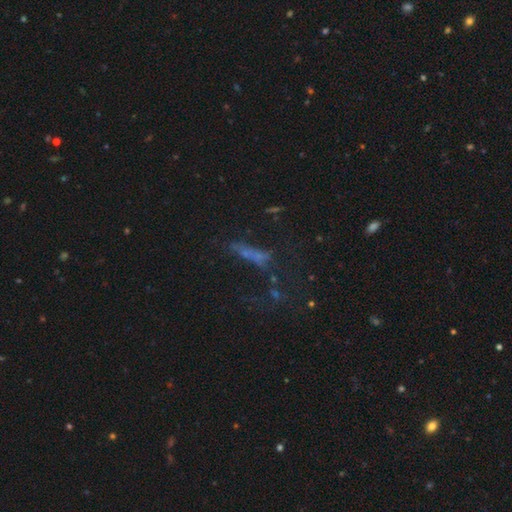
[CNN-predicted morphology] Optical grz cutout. It shows a smooth galaxy with no disk features (39%). Merging: none (41%).